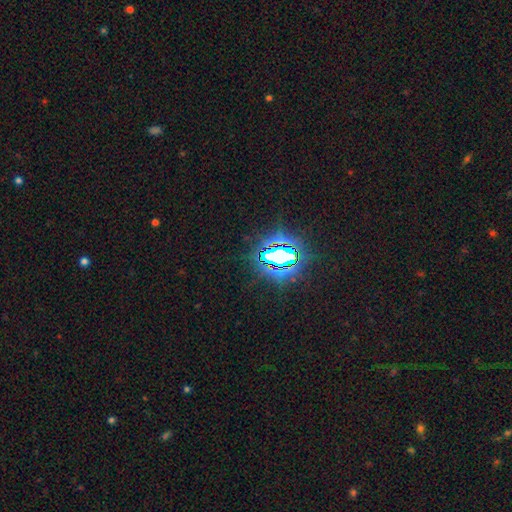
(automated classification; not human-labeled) smooth-or-featured: star or artifact: 82% | smooth: 11% | featured or disk: 7%